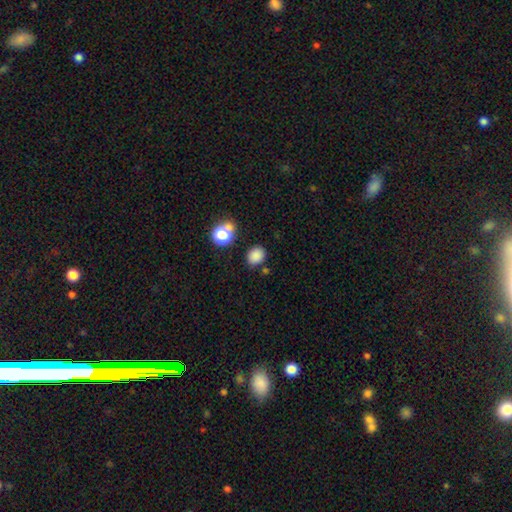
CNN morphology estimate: Smooth or featured? Predicted: smooth (p=0.83). How rounded? Predicted: round (p=0.50). Merging? Predicted: none (p=0.78).